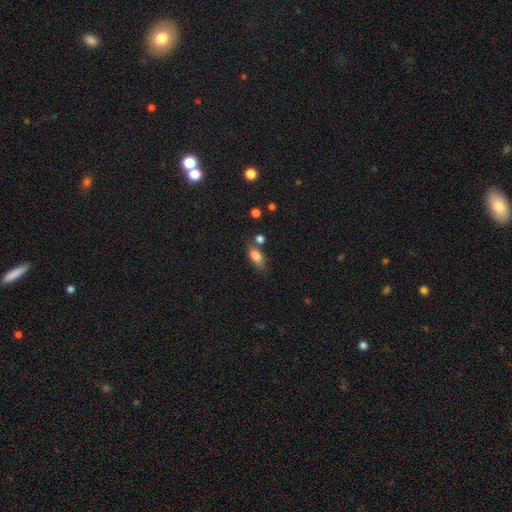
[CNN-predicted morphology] type=smooth (82%); roundness=in between (84%); merging=none (59%).